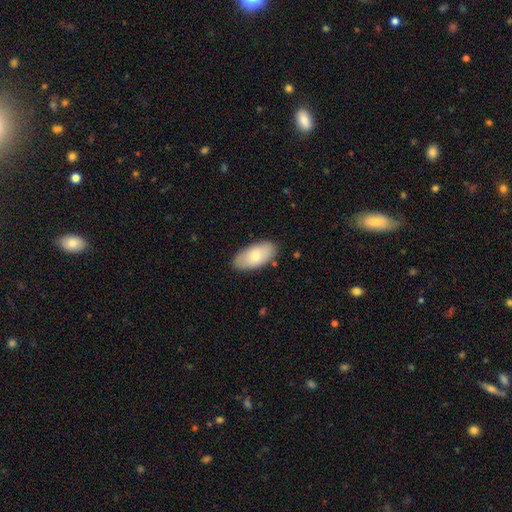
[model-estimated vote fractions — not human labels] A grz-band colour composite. It shows a smooth galaxy with no disk features (74%) that is in between round and cigar-shaped (94%). Merging: none (85%).